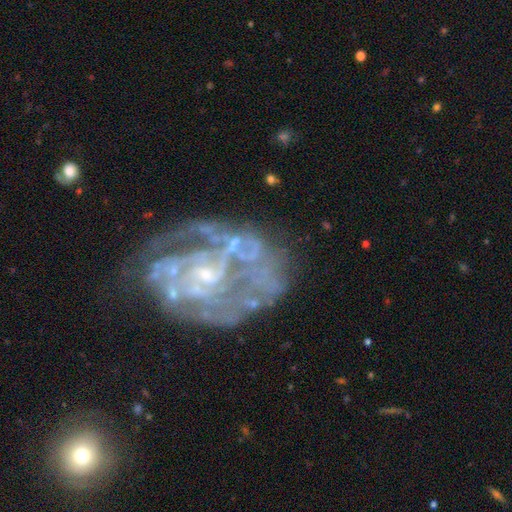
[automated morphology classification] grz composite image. It shows a featured or disk galaxy (84%) with no bar (68%), tight (54%) spiral arms (78%) and a small central bulge (68%). Merging: none (54%).